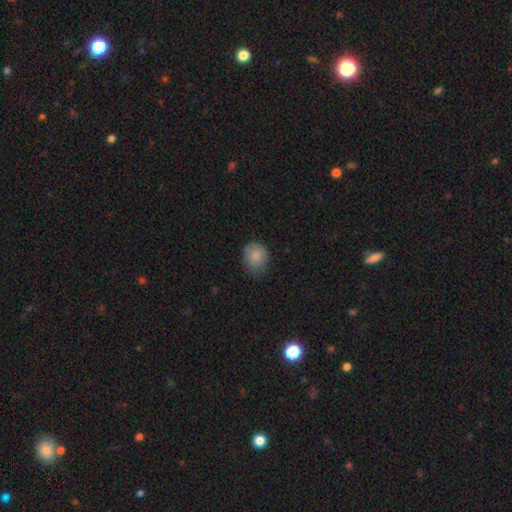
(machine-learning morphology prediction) Overall: smooth (84%). How rounded: round (58%; in between 41%). Merging: none (65%; minor disturbance 28%).